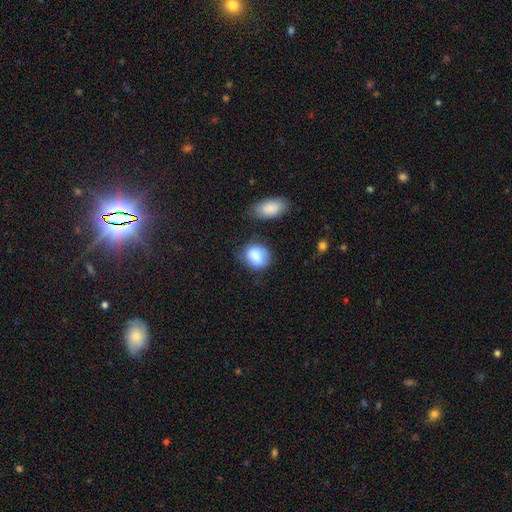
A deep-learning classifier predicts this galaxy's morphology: Smooth or featured? smooth (82%)
How rounded? in between (52%)
Merging? none (61%)